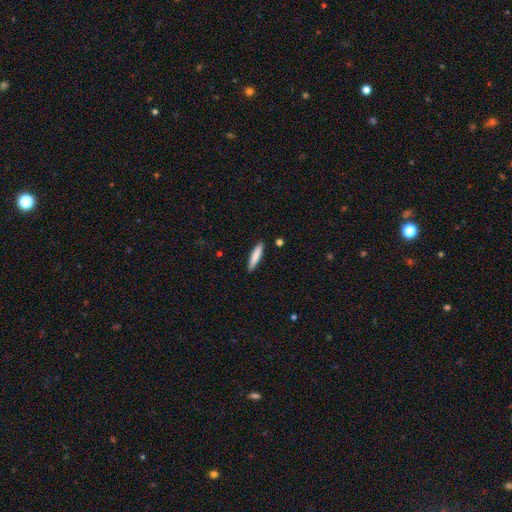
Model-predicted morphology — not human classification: A smooth galaxy with no disk features (83%) that is cigar-shaped (85%).

Vote fractions:
- Smooth or featured? smooth: 83% / featured or disk: 11% / star or artifact: 6%
- How rounded? cigar-shaped: 85% / in between: 14% / round: 1%
- Merging? none: 89% / minor disturbance: 8% / major disturbance: 2% / merger: 2%